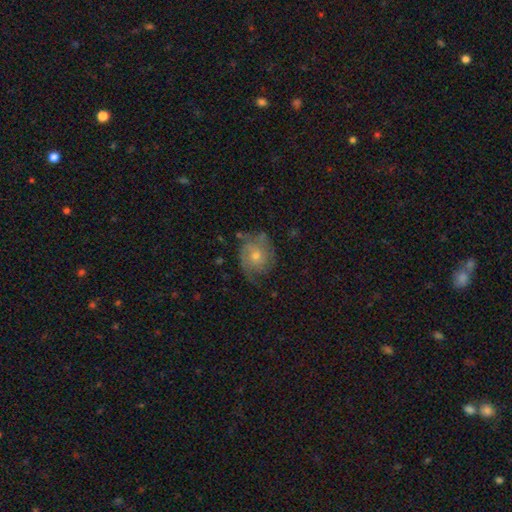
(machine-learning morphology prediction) type=featured or disk (70%); edge-on=no (97%); bar=no (79%); spiral arms=yes (88%); winding=tight (46%); arm count=2 (45%); bulge=small (49%); merging=none (68%).